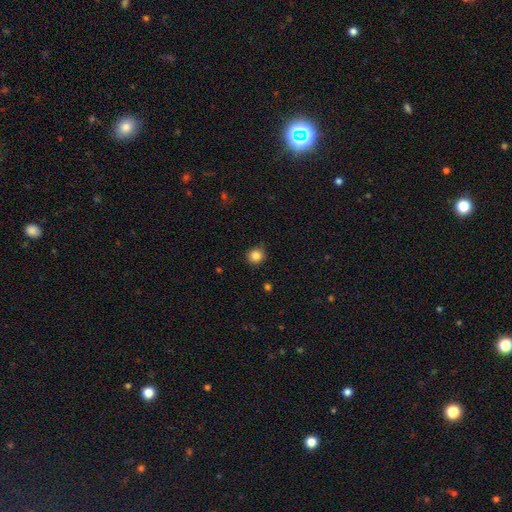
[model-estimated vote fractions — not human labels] Smooth or featured? Predicted: smooth (p=0.84). How rounded? Predicted: round (p=0.88). Merging? Predicted: none (p=0.86).